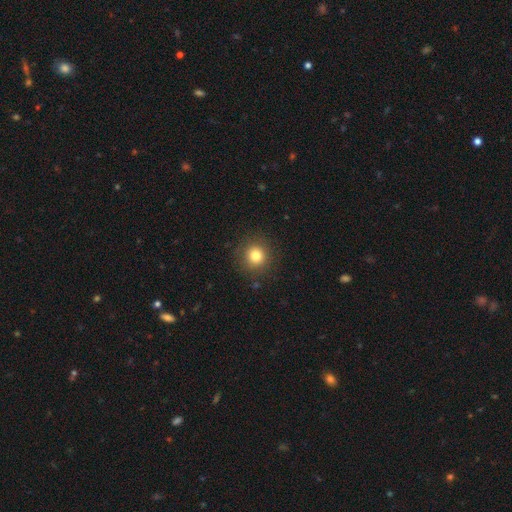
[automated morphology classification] type=smooth (81%); roundness=round (94%); merging=none (89%).